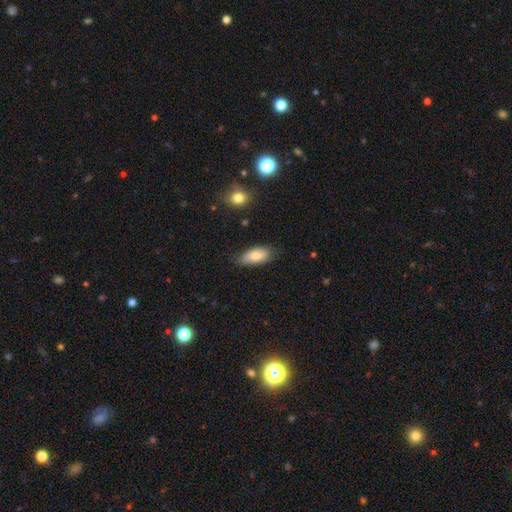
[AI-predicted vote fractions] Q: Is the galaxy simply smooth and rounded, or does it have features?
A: smooth — 78%.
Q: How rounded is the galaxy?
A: in between — 89%.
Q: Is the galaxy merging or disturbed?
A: none — 70%.